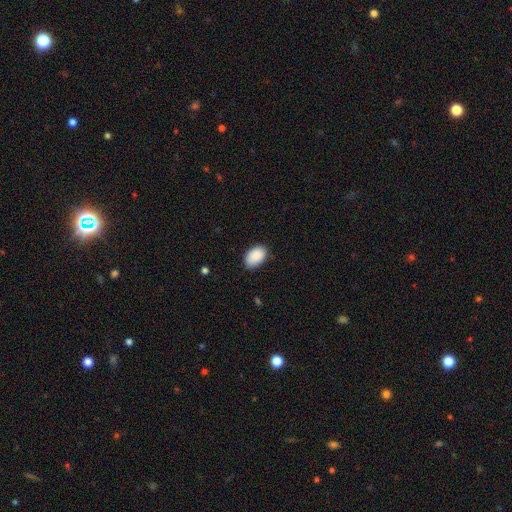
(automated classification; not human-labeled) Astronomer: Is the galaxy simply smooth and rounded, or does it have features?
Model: smooth — 90%.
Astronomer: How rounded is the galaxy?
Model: in between — 90%.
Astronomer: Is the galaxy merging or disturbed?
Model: none — 80%.